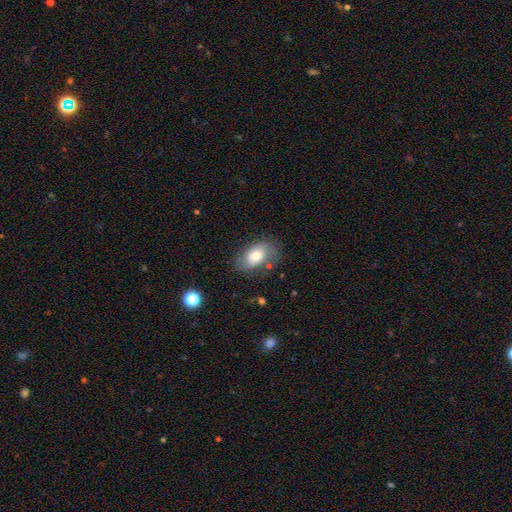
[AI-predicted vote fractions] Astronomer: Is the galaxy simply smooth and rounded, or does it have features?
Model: smooth — 67%.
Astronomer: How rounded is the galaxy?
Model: in between — 89%.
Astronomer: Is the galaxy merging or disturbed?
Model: none — 68%.